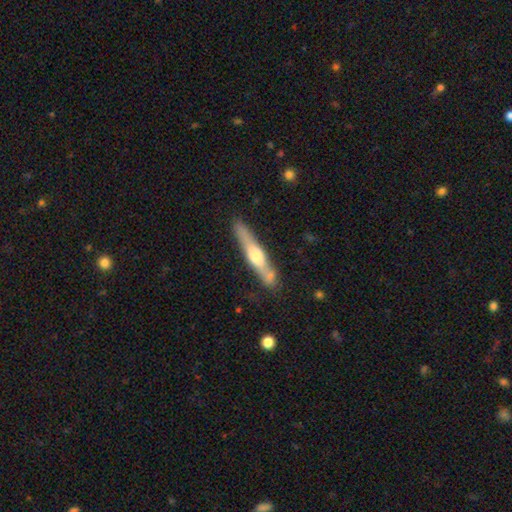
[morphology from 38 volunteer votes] A featured or disk galaxy (58%) viewed edge-on (95%) with a rounded central bulge (76%). Merging: none (79%).